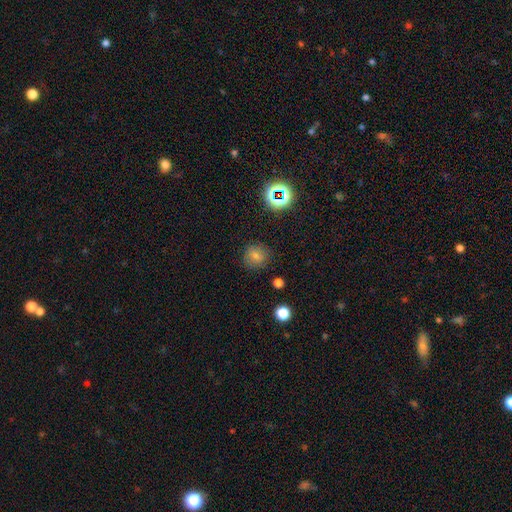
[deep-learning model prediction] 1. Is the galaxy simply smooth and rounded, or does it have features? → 72% smooth, 17% star or artifact, 11% featured or disk.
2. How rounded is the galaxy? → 87% round, 12% in between, 1% cigar-shaped.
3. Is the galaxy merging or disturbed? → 84% none, 11% minor disturbance, 3% major disturbance, 2% merger.